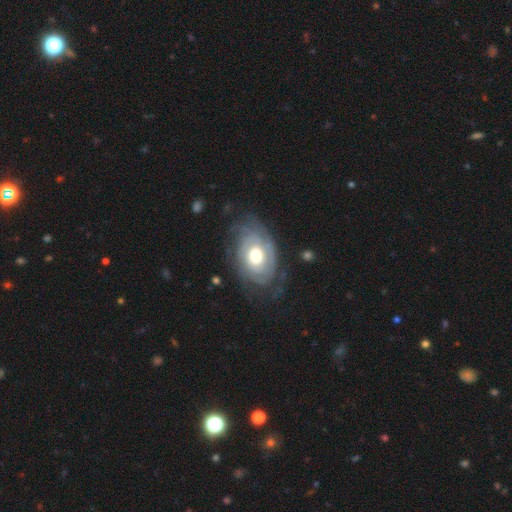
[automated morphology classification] featured or disk 76%, smooth 18%, star or artifact 6%. Down the decision tree: edge-on disk — no (95%); bar — no (79%); spiral arms — yes (83%); spiral arm count — can't tell (51%); spiral winding — tight (68%); bulge size — moderate (59%); merging — none (65%).